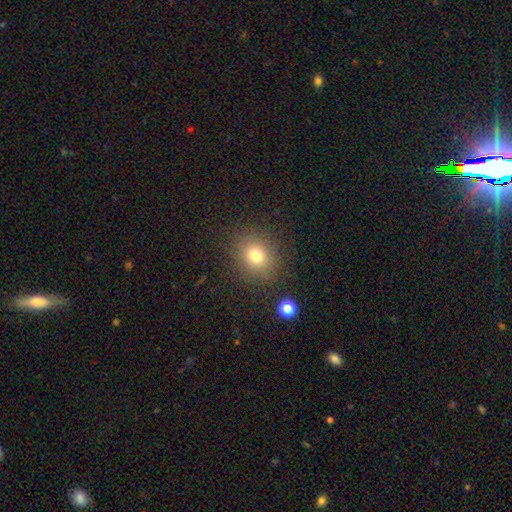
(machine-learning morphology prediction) This is likely a smooth galaxy (75%). How rounded: likely round (72%). Merging: clearly none (86%).